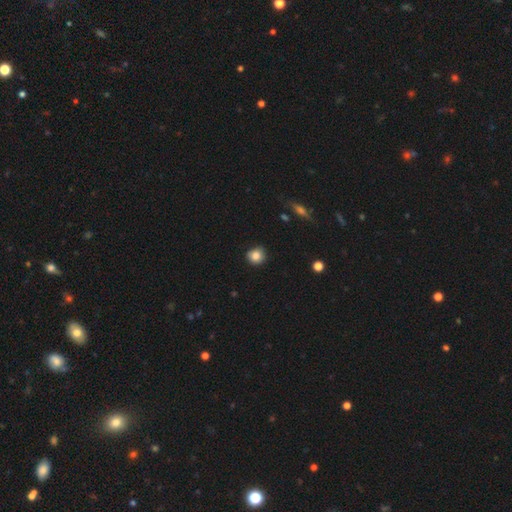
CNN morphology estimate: This appears to be a smooth galaxy with no disk features (83%) that is round (87%). Merging: none (81%).